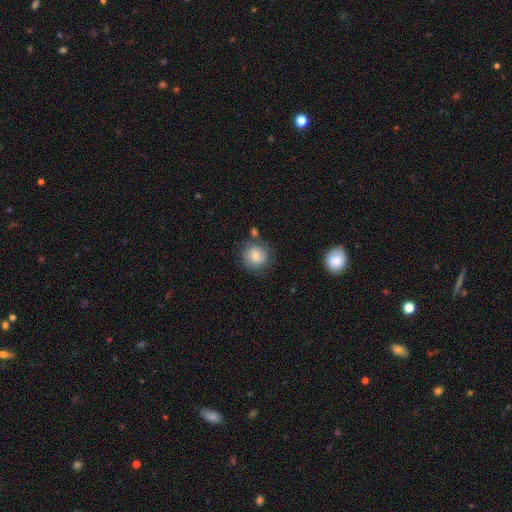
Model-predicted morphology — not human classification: The model was most divided on "smooth or featured": smooth: 73%, featured or disk: 18%, star or artifact: 9%. More confident: how rounded — round (88%); merging — none (72%).